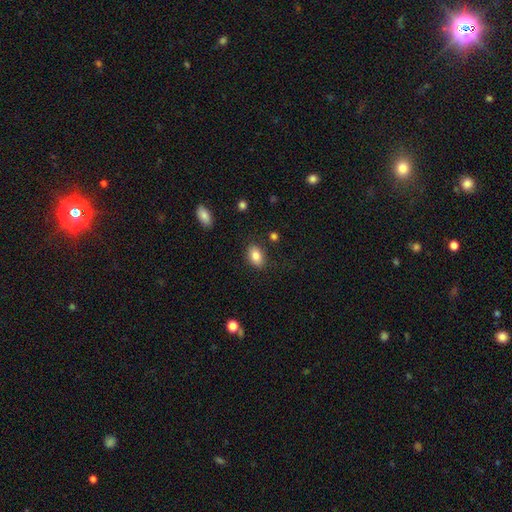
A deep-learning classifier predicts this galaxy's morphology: This is clearly a smooth galaxy (84%). How rounded: clearly in between (85%). Merging: clearly none (84%).